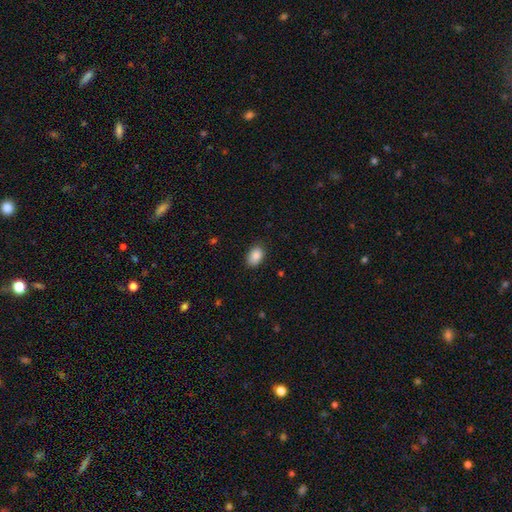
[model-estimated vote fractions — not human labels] This is clearly a smooth galaxy (88%). How rounded: clearly in between (85%). Merging: clearly none (86%).